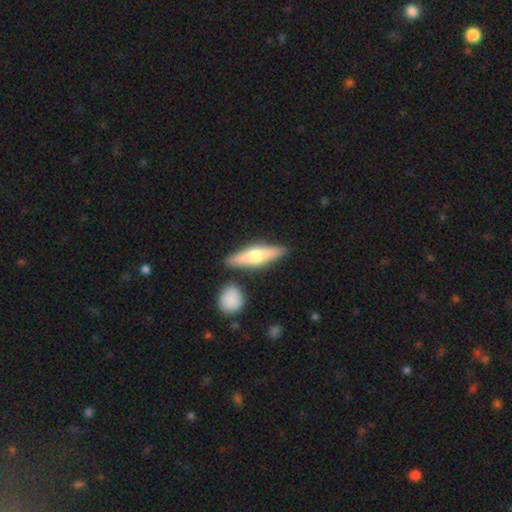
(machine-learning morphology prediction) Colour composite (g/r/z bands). It shows a featured or disk galaxy (49%). Merging: none (82%).